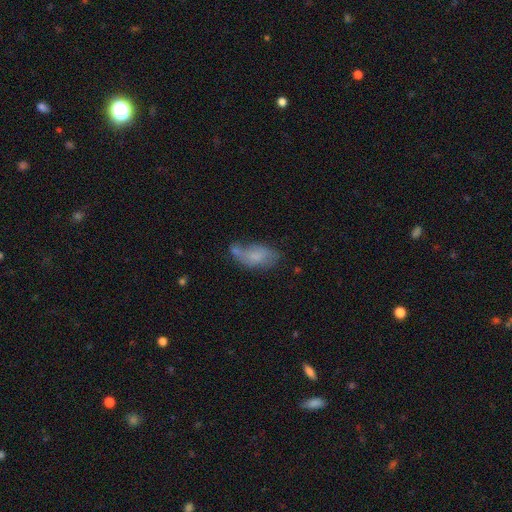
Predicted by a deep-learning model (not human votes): A smooth galaxy with no disk features (61%) that is in between round and cigar-shaped (89%).

Vote fractions:
- Smooth or featured? smooth: 61% / featured or disk: 30% / star or artifact: 10%
- How rounded? in between: 89% / cigar-shaped: 7% / round: 4%
- Merging? none: 35% / minor disturbance: 28% / major disturbance: 20% / merger: 17%